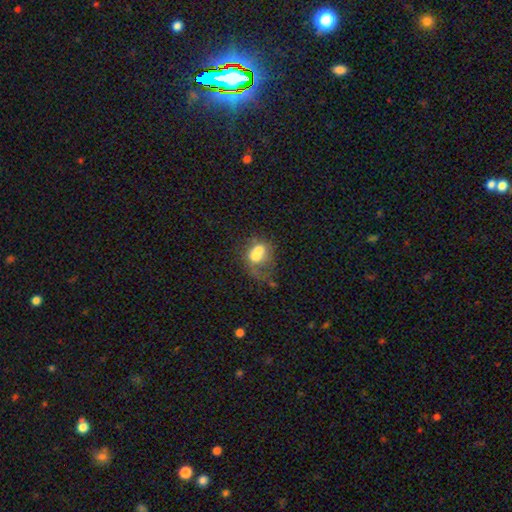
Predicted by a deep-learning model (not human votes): Overall: smooth (58%; featured or disk 31%). How rounded: round (49%, tied with in between). Merging: merger (62%).